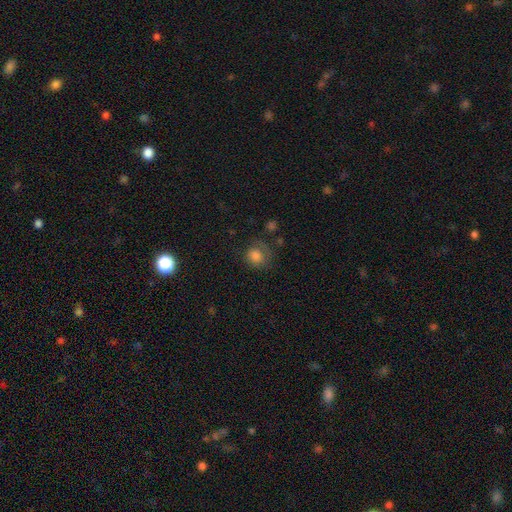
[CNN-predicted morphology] type=smooth (76%); roundness=round (78%); merging=none (59%).